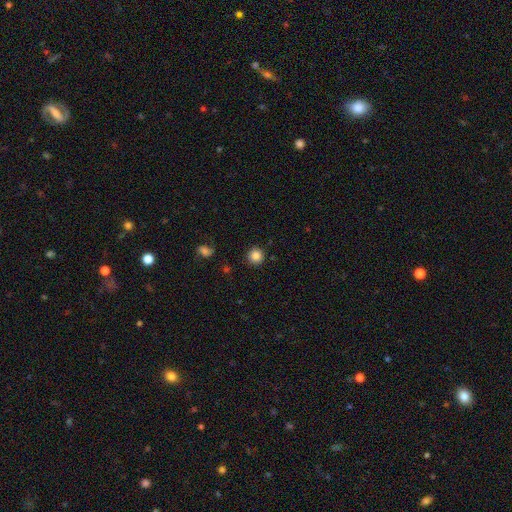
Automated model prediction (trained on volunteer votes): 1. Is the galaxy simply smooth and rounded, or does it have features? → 85% smooth, 11% star or artifact, 5% featured or disk.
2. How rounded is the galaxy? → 94% round, 5% in between, 1% cigar-shaped.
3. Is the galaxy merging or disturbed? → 89% none, 7% minor disturbance, 2% major disturbance, 2% merger.